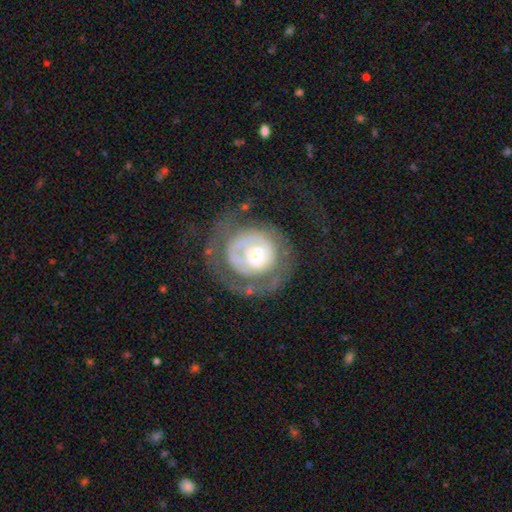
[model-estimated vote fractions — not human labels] Overall: featured or disk (68%). Edge-on disk: no (97%). Bar: no (73%). Spiral arms: yes (56%; no 44%). Bulge size: small (53%; moderate 32%). Merging: none (45%; major disturbance 32%).